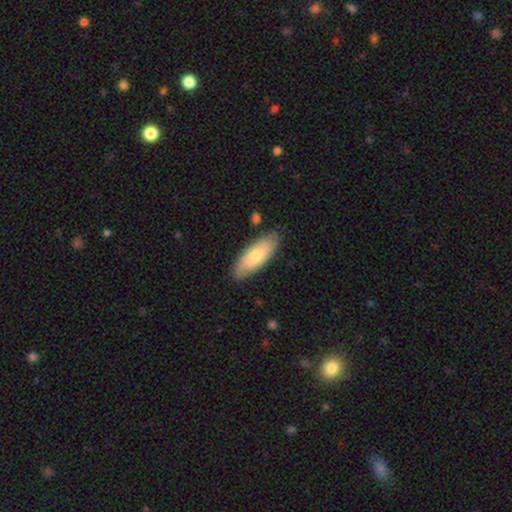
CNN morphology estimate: This is likely a smooth galaxy (67%). How rounded: likely in between (75%). Merging: clearly none (84%).